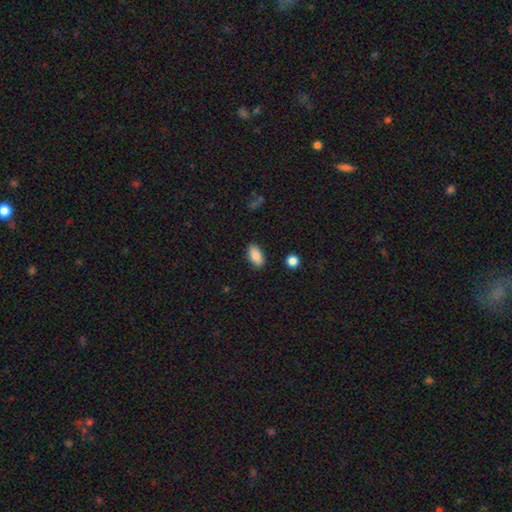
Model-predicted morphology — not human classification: This is clearly a smooth galaxy (87%). How rounded: clearly in between (92%). Merging: clearly none (87%).